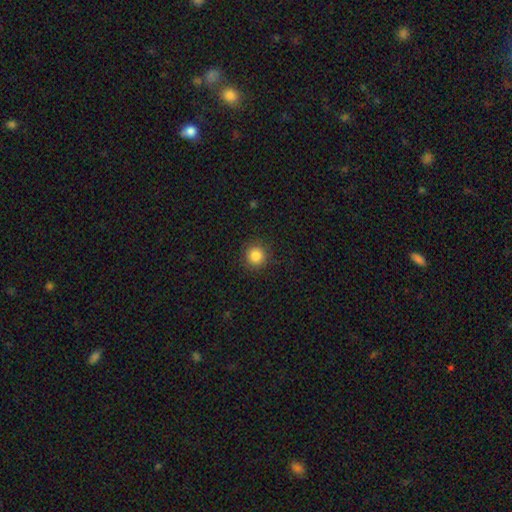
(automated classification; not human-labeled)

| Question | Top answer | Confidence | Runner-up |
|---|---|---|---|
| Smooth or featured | smooth | 86% | star or artifact (11%) |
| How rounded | round | 94% | in between (5%) |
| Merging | none | 91% | minor disturbance (6%) |